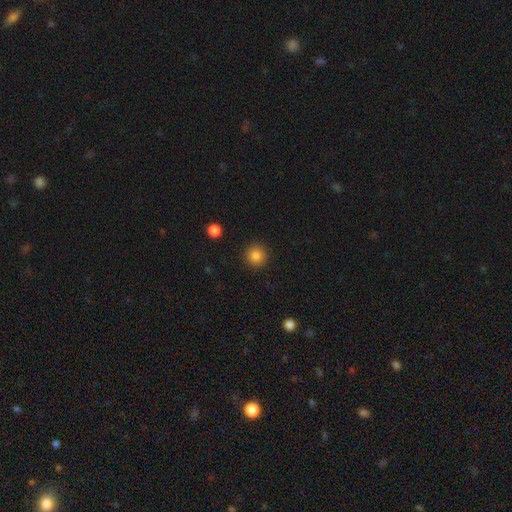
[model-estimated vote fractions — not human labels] This appears to be a smooth galaxy with no disk features (85%) that is round (94%). Merging: none (91%).